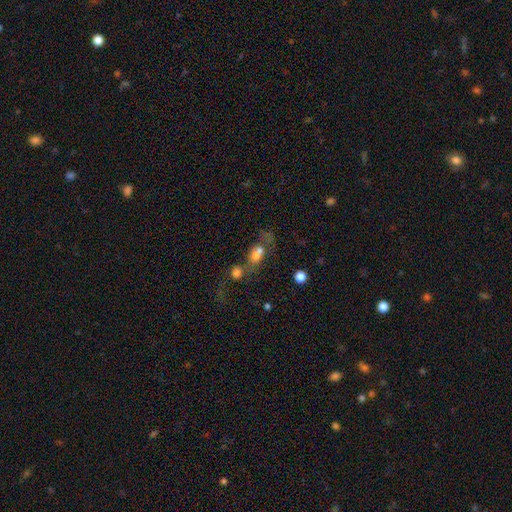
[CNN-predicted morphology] Smooth or featured? Predicted: smooth (p=0.65). How rounded? Predicted: in between (p=0.60). Merging? Predicted: merger (p=0.60).